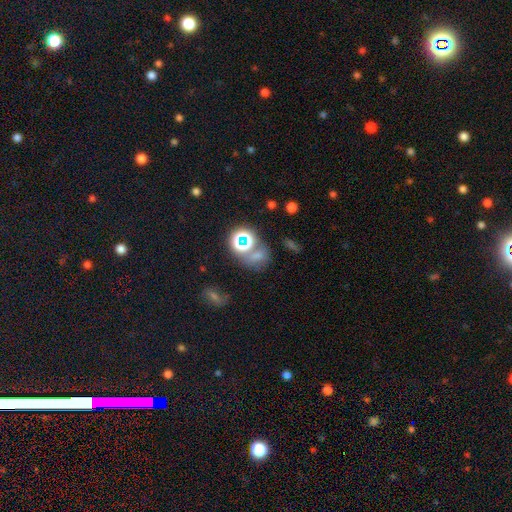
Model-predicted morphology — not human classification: The model was most divided on "smooth or featured": smooth: 47%, star or artifact: 41%, featured or disk: 12%. More confident: merging — none (53%).